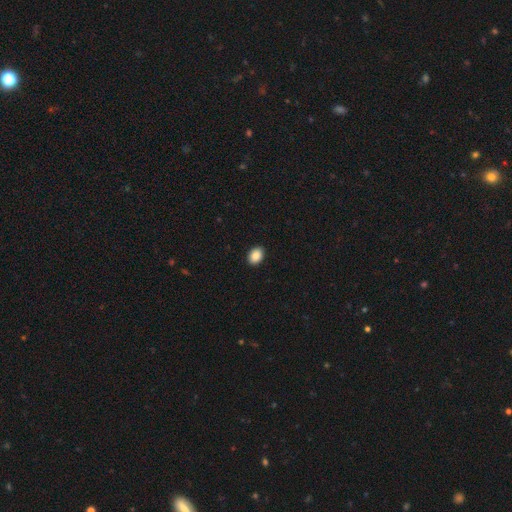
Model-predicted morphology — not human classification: This is clearly a smooth galaxy (89%). How rounded: likely in between (73%). Merging: clearly none (91%).